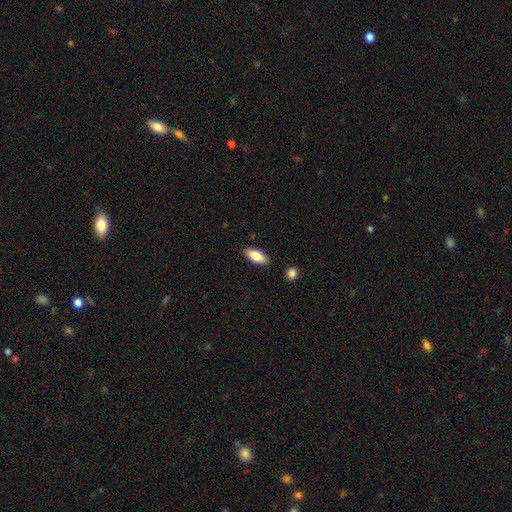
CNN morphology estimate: Q: Smooth or featured?
A: smooth (81%); runner-up: featured or disk (13%)
Q: How rounded?
A: in between (85%); runner-up: cigar-shaped (13%)
Q: Merging?
A: none (87%); runner-up: minor disturbance (9%)